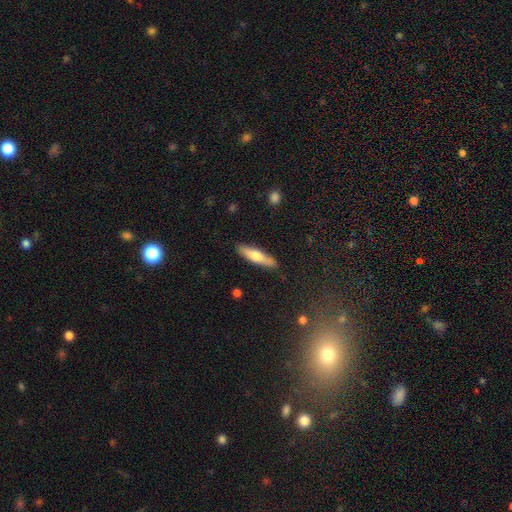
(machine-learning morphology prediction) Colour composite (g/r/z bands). It shows a smooth galaxy with no disk features (62%) that is cigar-shaped (75%). Merging: none (88%).